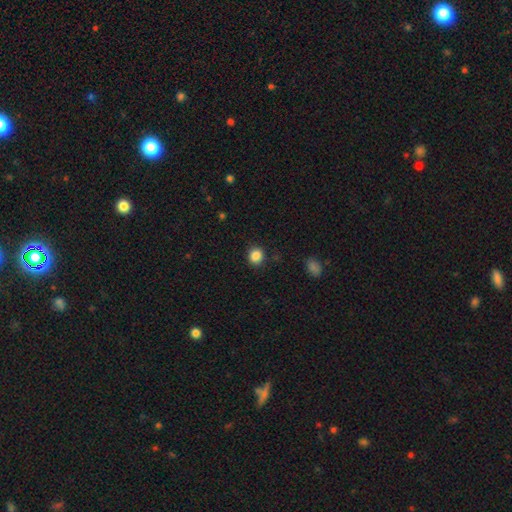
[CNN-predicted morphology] smooth_or_featured: smooth (p=0.86) [alt: star or artifact p=0.10]
how_rounded: round (p=0.84) [alt: in between p=0.15]
merging: none (p=0.90) [alt: minor disturbance p=0.07]